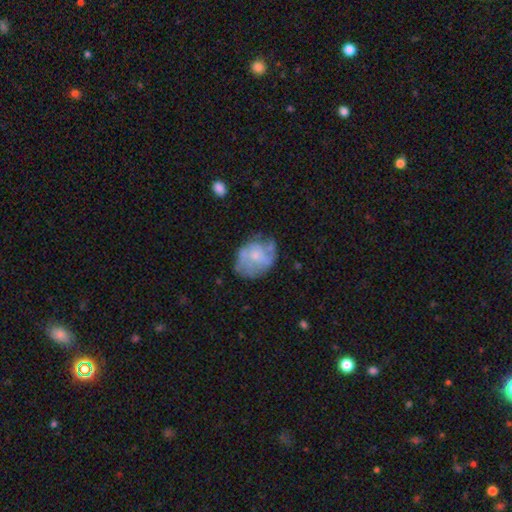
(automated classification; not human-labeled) smooth_or_featured: featured or disk (p=0.55) [alt: smooth p=0.37]
disk_edge_on: no (p=0.97) [alt: yes p=0.03]
bar: no (p=0.76) [alt: weak p=0.21]
has_spiral_arms: yes (p=0.54) [alt: no p=0.46]
bulge_size: small (p=0.54) [alt: moderate p=0.31]
merging: none (p=0.54) [alt: minor disturbance p=0.27]